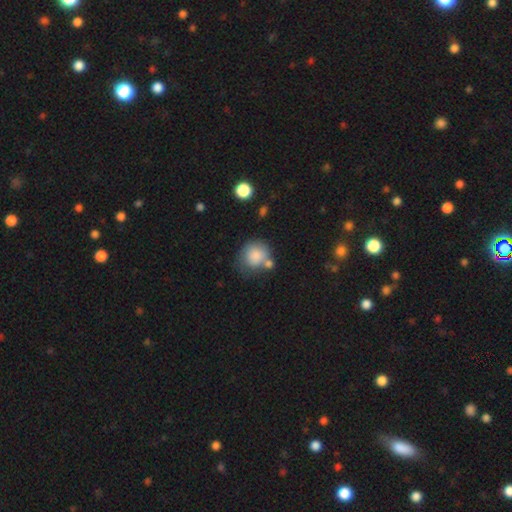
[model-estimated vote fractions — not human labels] Smooth or featured?
  - smooth: 83% *
  - featured or disk: 9%
  - star or artifact: 8%
How rounded?
  - round: 80% *
  - in between: 19%
  - cigar-shaped: 1%
Merging?
  - none: 48% *
  - merger: 24%
  - minor disturbance: 20%
  - major disturbance: 9%